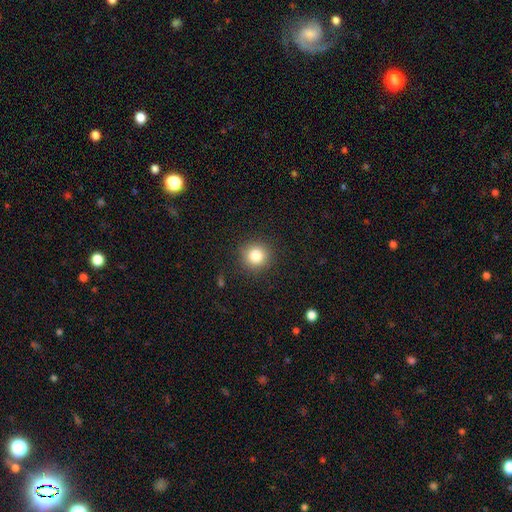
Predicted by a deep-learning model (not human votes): This appears to be a smooth galaxy with no disk features (83%) that is round (92%). Merging: none (90%).